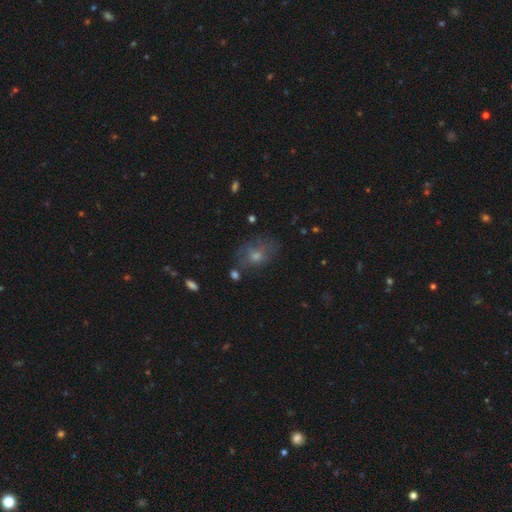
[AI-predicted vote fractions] This appears to be a smooth galaxy with no disk features (51%) that is in between round and cigar-shaped (66%). Merging: none (62%).